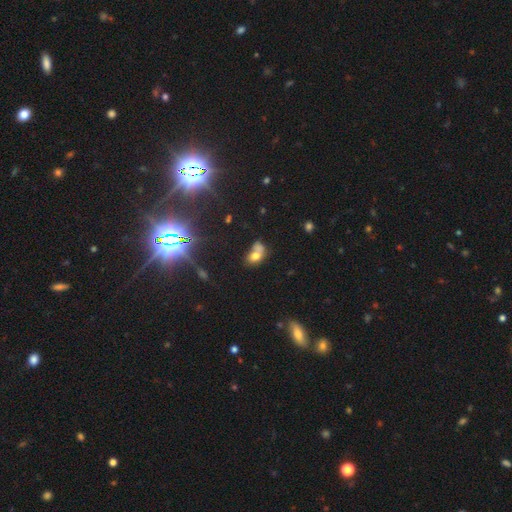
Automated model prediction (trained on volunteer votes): A smooth galaxy with no disk features (67%) that is in between round and cigar-shaped (71%).

Vote fractions:
- Smooth or featured? smooth: 67% / featured or disk: 19% / star or artifact: 14%
- How rounded? in between: 71% / round: 27% / cigar-shaped: 2%
- Merging? merger: 54% / none: 25% / minor disturbance: 13% / major disturbance: 8%